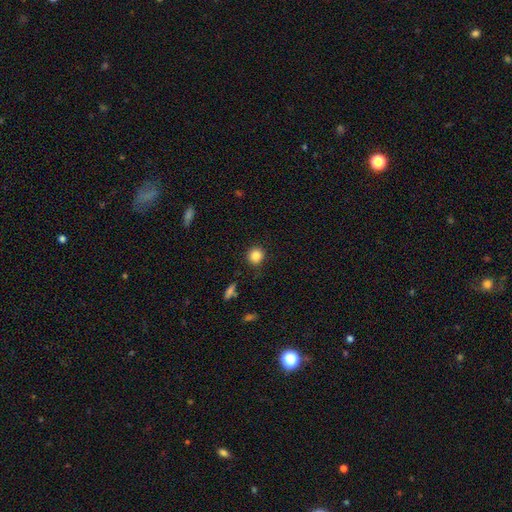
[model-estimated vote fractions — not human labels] A smooth galaxy with no disk features (85%) that is round (90%). Merging: none (88%).